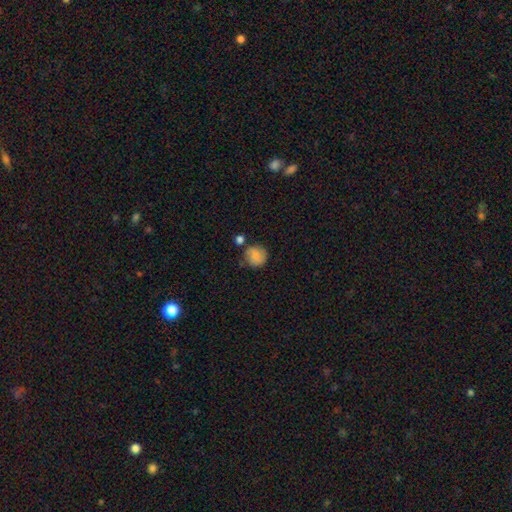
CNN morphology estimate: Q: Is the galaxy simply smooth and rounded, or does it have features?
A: smooth — 81%.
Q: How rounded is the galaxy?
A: round — 90%.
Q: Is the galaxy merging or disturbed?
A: none — 71%.